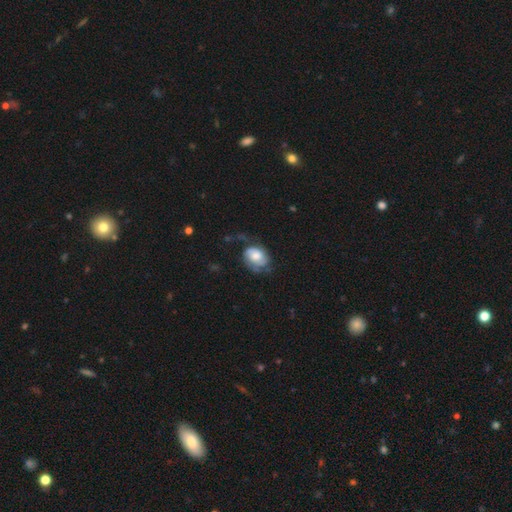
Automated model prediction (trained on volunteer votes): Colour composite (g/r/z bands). It shows a featured or disk galaxy (49%). Merging: none (45%).